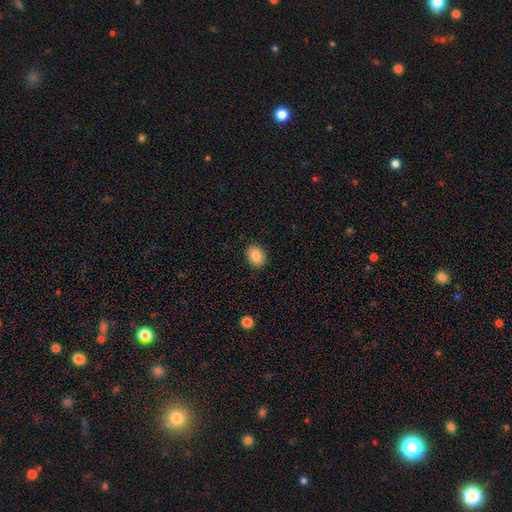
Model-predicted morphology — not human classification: smooth 87%, star or artifact 8%, featured or disk 5%. Down the decision tree: how rounded — in between (65%); merging — none (89%).